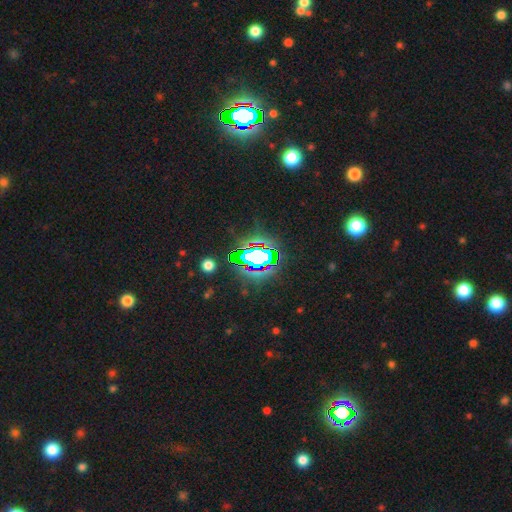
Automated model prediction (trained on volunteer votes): smooth_or_featured: star or artifact (p=0.71) [alt: smooth p=0.18]